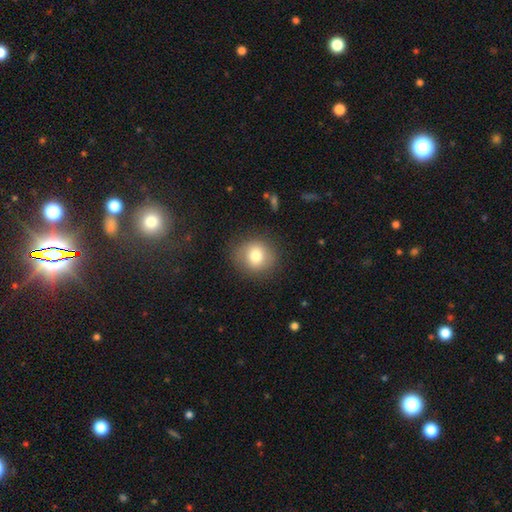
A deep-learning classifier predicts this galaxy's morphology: A smooth galaxy with no disk features (77%) that is round (85%).

Vote fractions:
- Smooth or featured? smooth: 77% / featured or disk: 13% / star or artifact: 10%
- How rounded? round: 85% / in between: 14% / cigar-shaped: 1%
- Merging? none: 83% / minor disturbance: 11% / major disturbance: 4% / merger: 1%